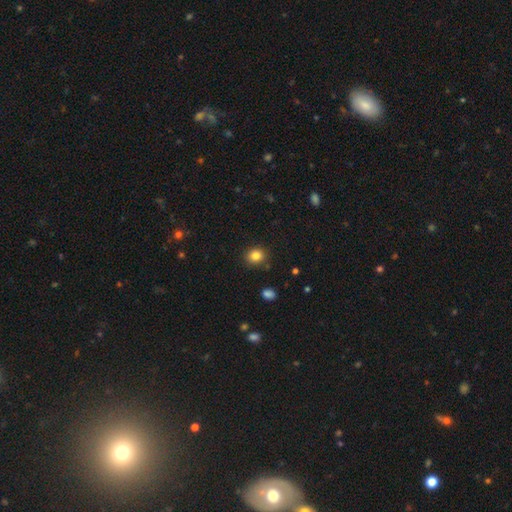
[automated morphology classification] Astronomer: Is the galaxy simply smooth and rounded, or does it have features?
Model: smooth — 84%.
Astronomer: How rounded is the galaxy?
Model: round — 74%.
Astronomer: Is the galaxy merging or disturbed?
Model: none — 88%.